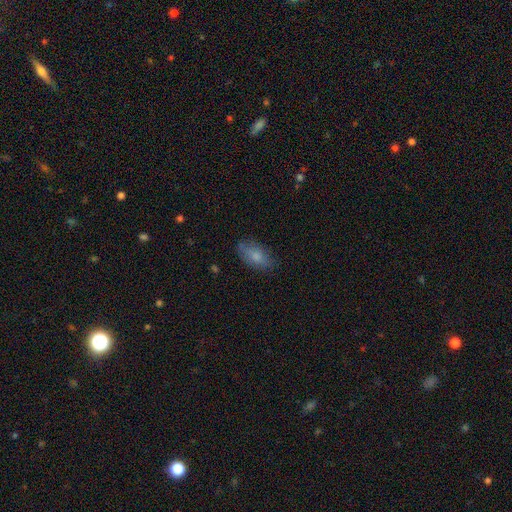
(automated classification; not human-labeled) smooth_or_featured: smooth (p=0.78) [alt: featured or disk p=0.15]
how_rounded: in between (p=0.89) [alt: cigar-shaped p=0.07]
merging: none (p=0.74) [alt: minor disturbance p=0.19]